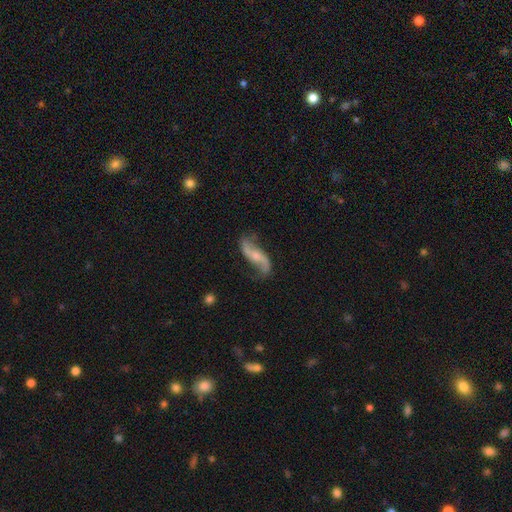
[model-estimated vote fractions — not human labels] Q: Smooth or featured?
A: featured or disk (85%); runner-up: smooth (10%)
Q: Edge-on disk?
A: no (92%); runner-up: yes (8%)
Q: Bar?
A: no (48%); runner-up: weak (31%)
Q: Spiral arms?
A: yes (95%); runner-up: no (5%)
Q: Spiral winding?
A: loose (85%); runner-up: medium (11%)
Q: Spiral arm count?
A: 2 (93%); runner-up: can't tell (2%)
Q: Bulge size?
A: small (58%); runner-up: moderate (35%)
Q: Merging?
A: none (74%); runner-up: minor disturbance (17%)